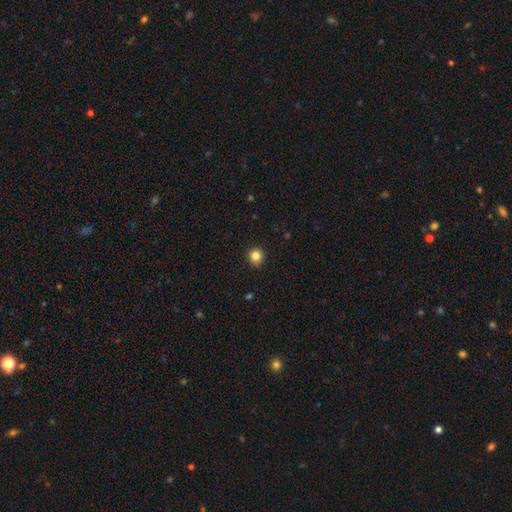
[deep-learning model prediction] smooth 83%, star or artifact 12%, featured or disk 5%. Down the decision tree: how rounded — round (90%); merging — none (90%).